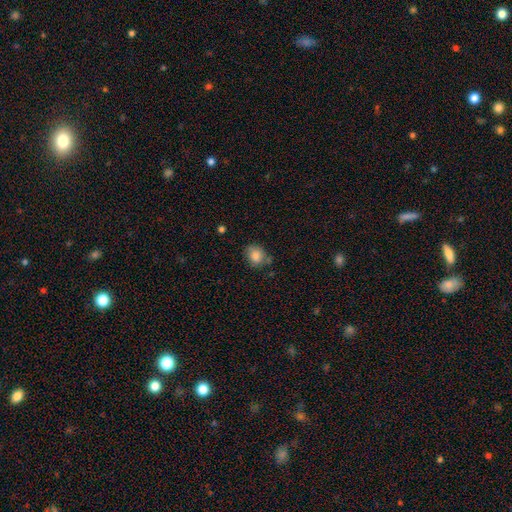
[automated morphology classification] A smooth galaxy with no disk features (83%) that is round (59%).

Vote fractions:
- Smooth or featured? smooth: 83% / star or artifact: 9% / featured or disk: 8%
- How rounded? round: 59% / in between: 40% / cigar-shaped: 1%
- Merging? none: 68% / minor disturbance: 21% / merger: 6% / major disturbance: 5%